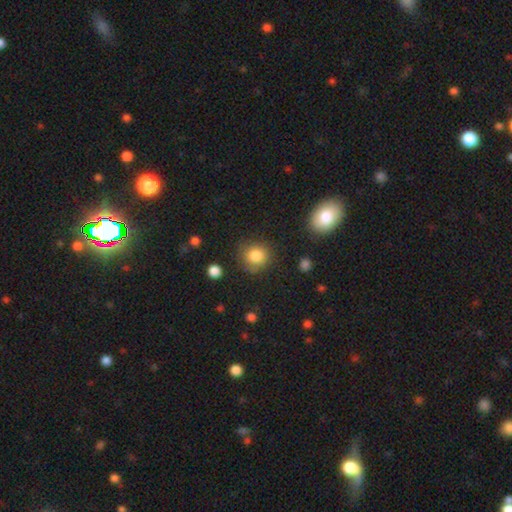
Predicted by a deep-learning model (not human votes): Smooth or featured? smooth (84%)
How rounded? round (87%)
Merging? none (80%)